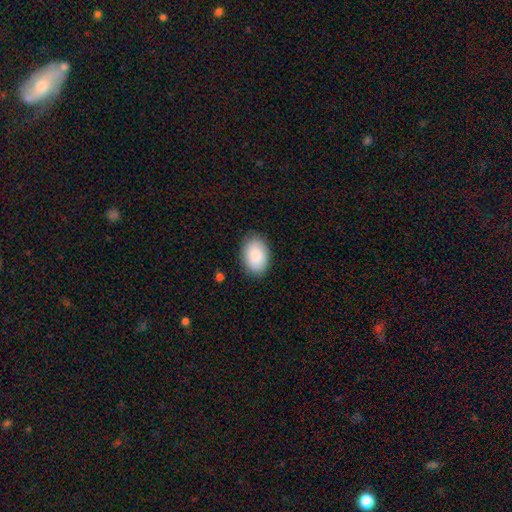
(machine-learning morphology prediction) Overall: smooth (87%). How rounded: in between (88%). Merging: none (86%).